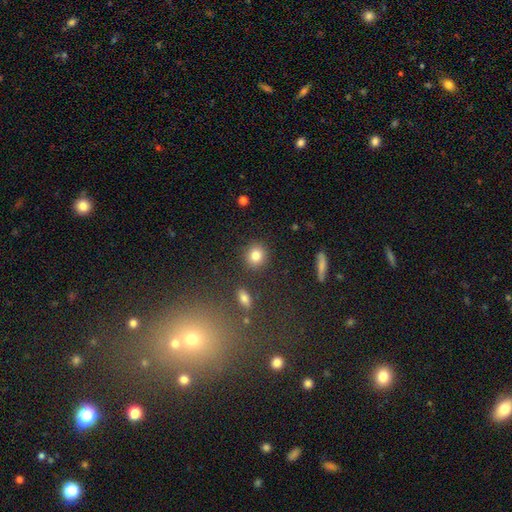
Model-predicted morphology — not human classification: This is clearly a smooth galaxy (83%). How rounded: clearly round (84%). Merging: clearly none (87%).